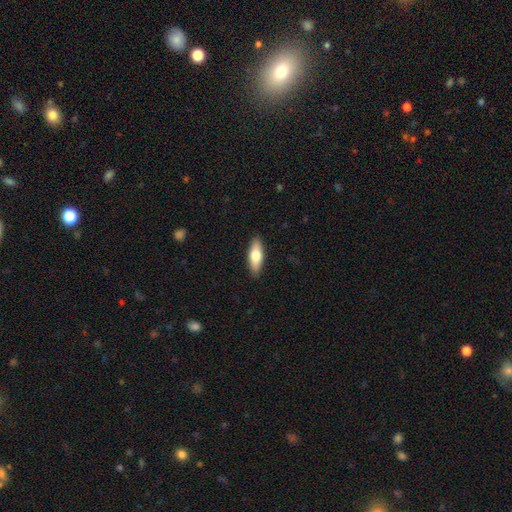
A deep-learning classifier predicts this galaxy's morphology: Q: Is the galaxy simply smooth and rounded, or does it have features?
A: smooth — 66%.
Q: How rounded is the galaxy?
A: in between — 58%.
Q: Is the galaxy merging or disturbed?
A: none — 90%.